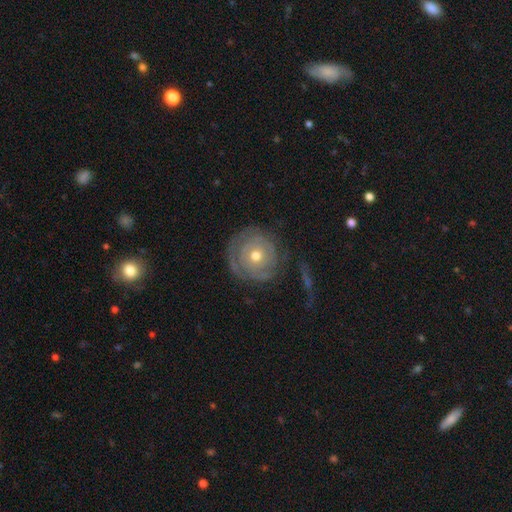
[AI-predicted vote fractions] A featured or disk galaxy (70%) with no bar (87%), spiral arms (74%) and a moderate central bulge (63%).

Vote fractions:
- Smooth or featured? featured or disk: 70% / smooth: 23% / star or artifact: 7%
- Edge-on disk? no: 96% / yes: 4%
- Bar? no: 87% / weak: 10% / strong: 3%
- Spiral arms? yes: 74% / no: 26%
- Bulge size? moderate: 63% / small: 32% / large: 3% / dominant: 1% / none: 1%
- Merging? none: 69% / minor disturbance: 17% / major disturbance: 12% / merger: 2%